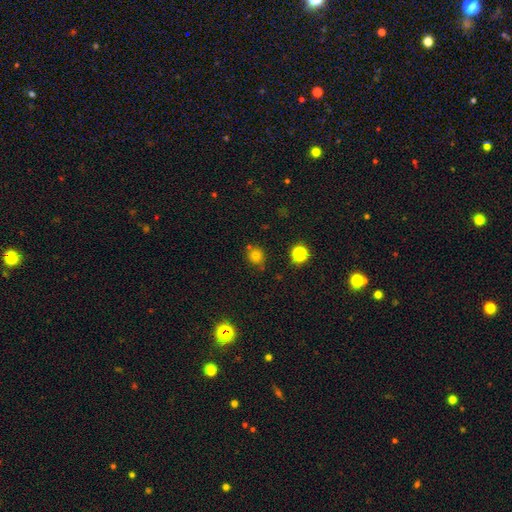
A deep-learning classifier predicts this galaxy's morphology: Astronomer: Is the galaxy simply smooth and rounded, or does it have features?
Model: smooth — 75%.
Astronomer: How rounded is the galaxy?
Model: round — 83%.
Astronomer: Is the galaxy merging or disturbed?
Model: none — 73%.